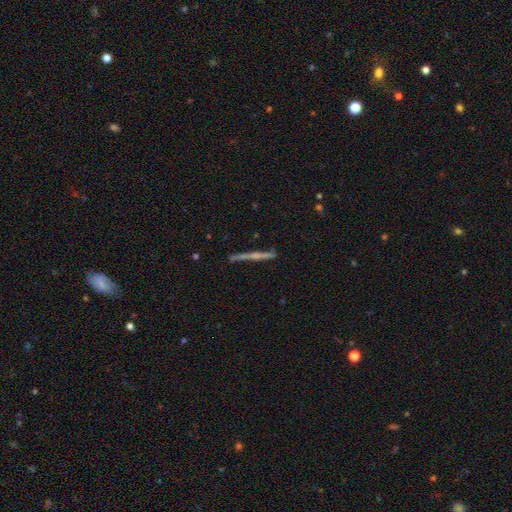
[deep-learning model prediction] Morphology: type=featured or disk (70%); edge-on=yes (97%); edge-on bulge=rounded (50%); merging=none (85%).